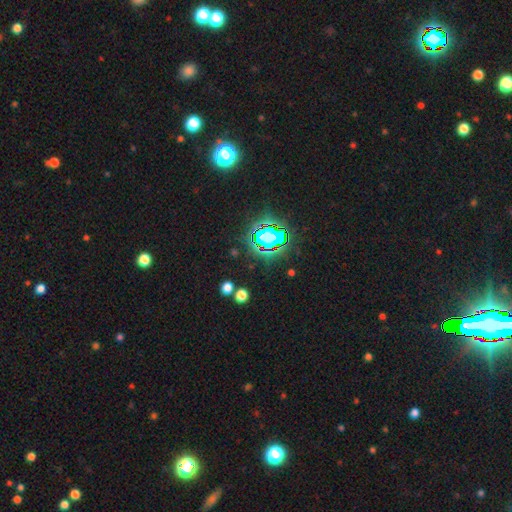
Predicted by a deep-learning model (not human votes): Q: Smooth or featured?
A: star or artifact (84%); runner-up: smooth (9%)